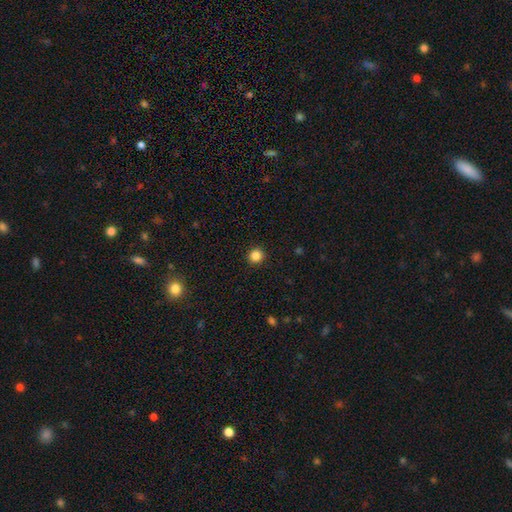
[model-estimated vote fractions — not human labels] Smooth or featured: smooth — 85% (star or artifact — 11%)
How rounded: round — 93% (in between — 6%)
Merging: none — 93% (minor disturbance — 4%)